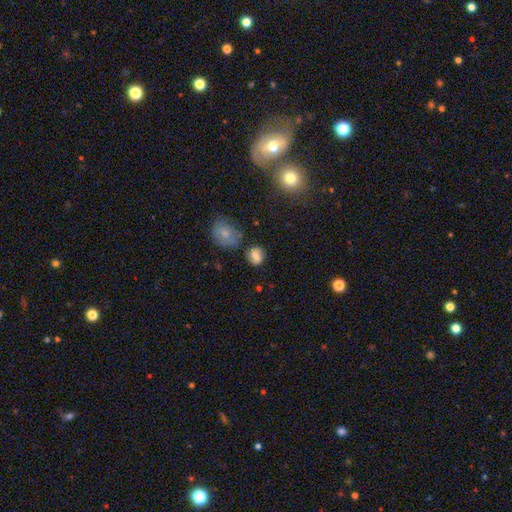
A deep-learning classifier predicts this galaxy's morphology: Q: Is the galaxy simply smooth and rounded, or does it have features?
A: smooth — 70%.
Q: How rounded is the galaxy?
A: round — 49%, tied with in between.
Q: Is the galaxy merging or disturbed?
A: none — 68%.